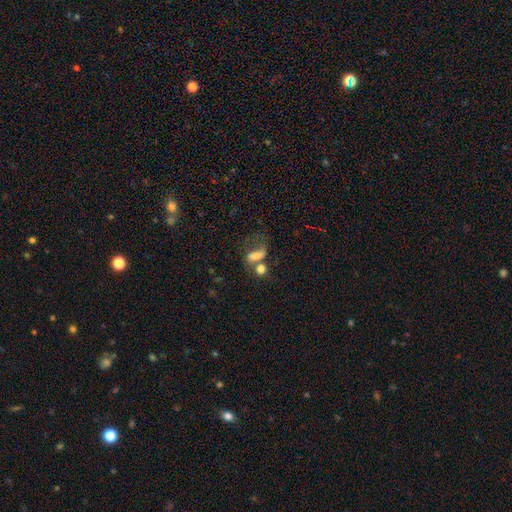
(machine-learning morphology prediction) Smooth or featured? Predicted: smooth (p=0.64). How rounded? Predicted: in between (p=0.73). Merging? Predicted: merger (p=0.40).